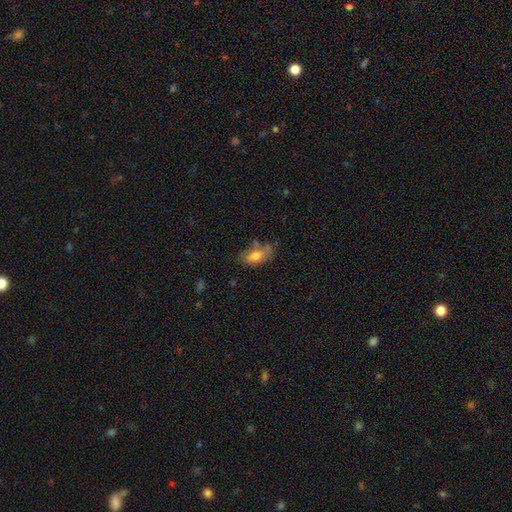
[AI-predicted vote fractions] Smooth or featured?
  - smooth: 74% *
  - featured or disk: 18%
  - star or artifact: 8%
How rounded?
  - in between: 88% *
  - cigar-shaped: 7%
  - round: 5%
Merging?
  - none: 55% *
  - minor disturbance: 26%
  - merger: 11%
  - major disturbance: 8%